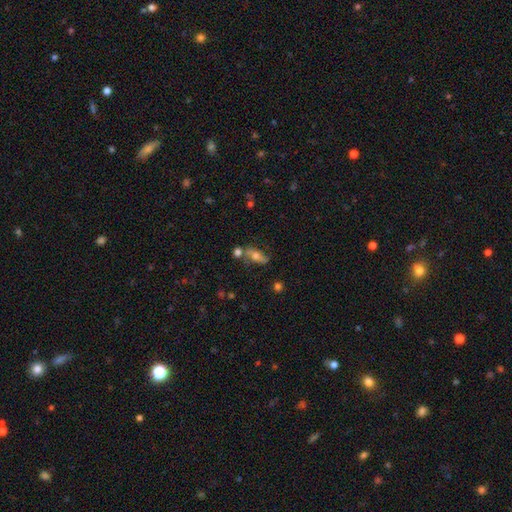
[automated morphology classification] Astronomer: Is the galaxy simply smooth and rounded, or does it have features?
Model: smooth — 50% (runner-up: featured or disk, 39%).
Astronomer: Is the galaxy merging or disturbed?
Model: none — 52%.